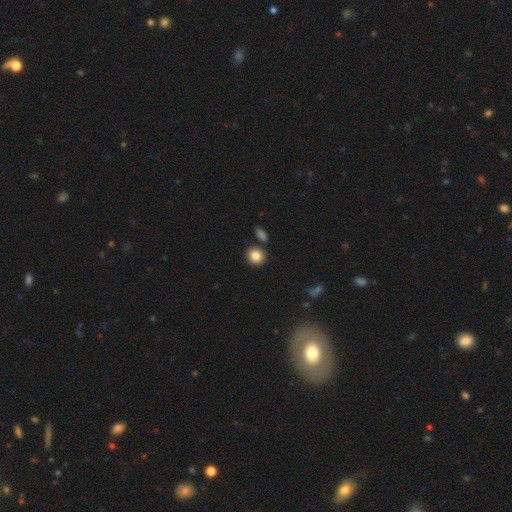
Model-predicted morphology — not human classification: The model was most divided on "how rounded": round: 86%, in between: 13%, cigar-shaped: 1%. More confident: smooth or featured — smooth (84%); merging — none (82%).